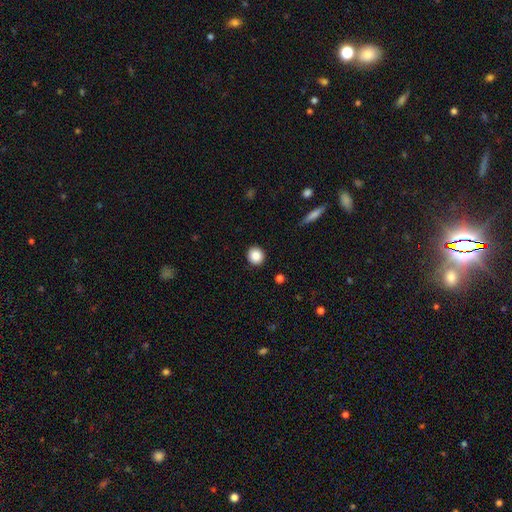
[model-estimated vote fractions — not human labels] Overall: smooth (87%). How rounded: round (87%). Merging: none (91%).